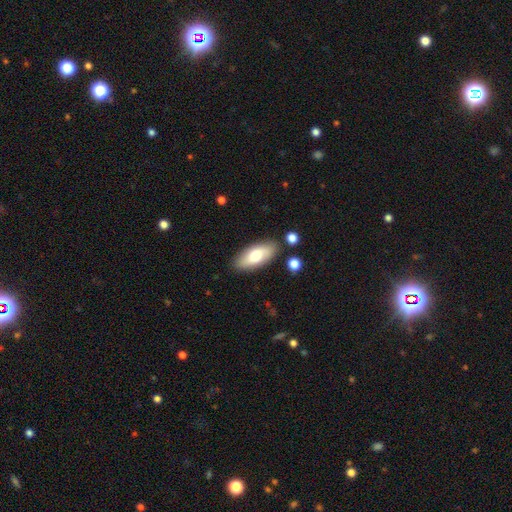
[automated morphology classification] smooth_or_featured: smooth (p=0.68) [alt: featured or disk p=0.26]
how_rounded: in between (p=0.84) [alt: cigar-shaped p=0.14]
merging: none (p=0.84) [alt: minor disturbance p=0.10]